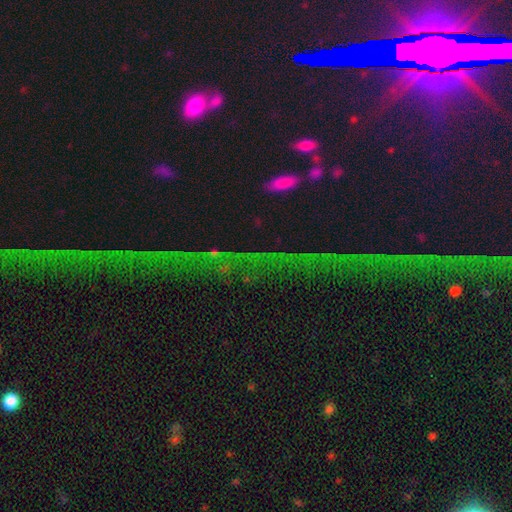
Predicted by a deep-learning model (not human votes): Morphology: type=star or artifact (67%).